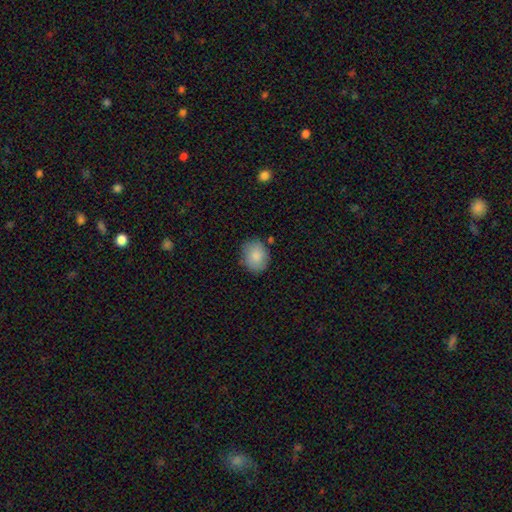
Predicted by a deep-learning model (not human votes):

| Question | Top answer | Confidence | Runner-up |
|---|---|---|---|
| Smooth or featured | smooth | 86% | featured or disk (7%) |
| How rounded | round | 55% | in between (44%) |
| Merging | none | 81% | minor disturbance (14%) |